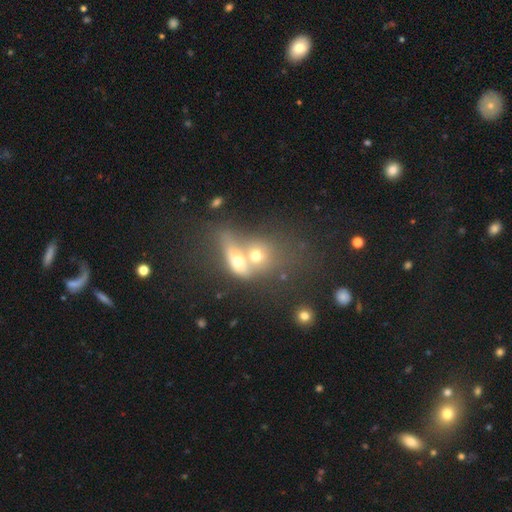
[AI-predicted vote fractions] A smooth galaxy with no disk features (60%) that is round (51%). Merging: merger (72%).